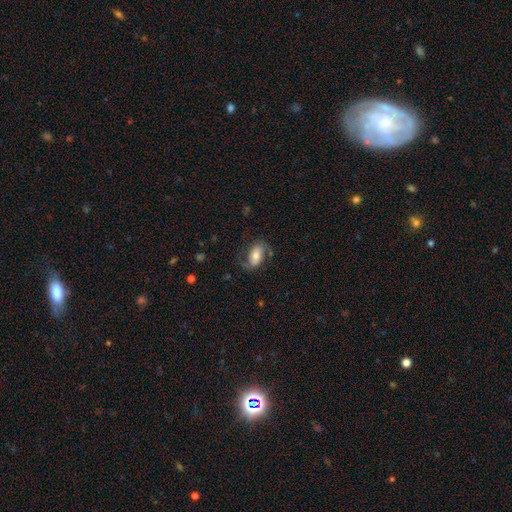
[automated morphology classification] A featured or disk galaxy (48%). Merging: none (64%).